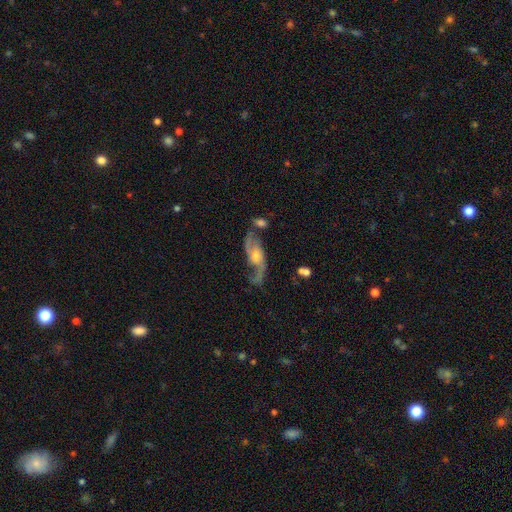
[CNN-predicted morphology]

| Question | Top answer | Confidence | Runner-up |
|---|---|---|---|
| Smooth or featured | featured or disk | 85% | smooth (9%) |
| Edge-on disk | no | 92% | yes (8%) |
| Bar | no | 60% | weak (31%) |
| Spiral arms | yes | 95% | no (5%) |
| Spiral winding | loose | 63% | medium (30%) |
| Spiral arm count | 2 | 89% | 1 (5%) |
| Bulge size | moderate | 46% | small (42%) |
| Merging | none | 58% | minor disturbance (18%) |